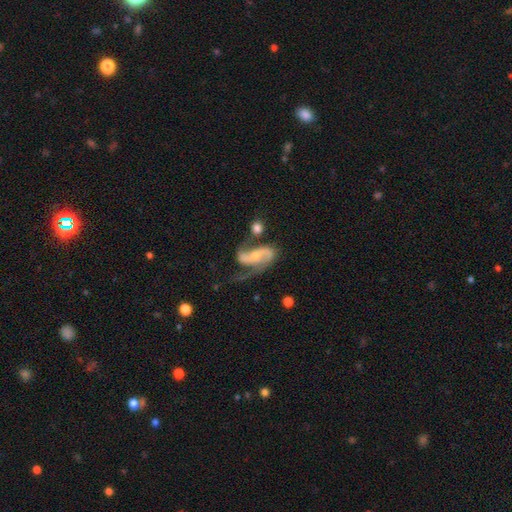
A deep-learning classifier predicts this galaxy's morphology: This appears to be a featured or disk galaxy (83%) with no bar (47%), 2 (85%) loose (49%) spiral arms (94%) and a moderate central bulge (50%). Merging: none (37%).